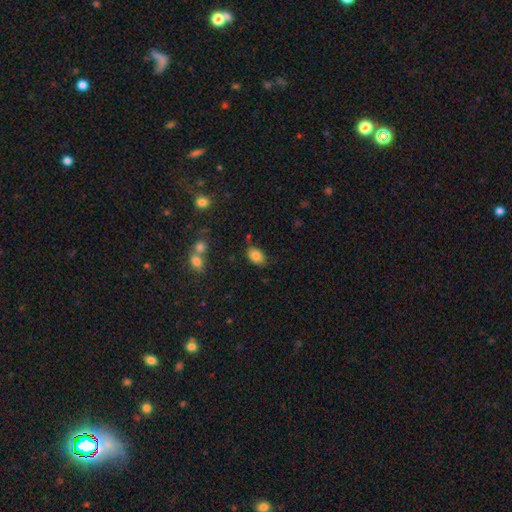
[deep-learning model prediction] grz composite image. It shows a smooth galaxy with no disk features (84%) that is in between round and cigar-shaped (87%). Merging: none (70%).